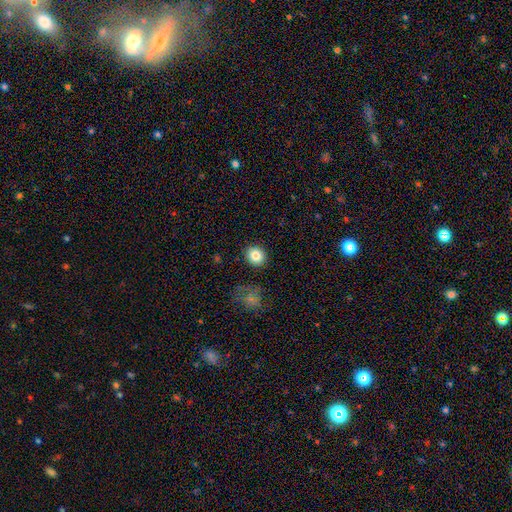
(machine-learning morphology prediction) smooth_or_featured: smooth (p=0.84) [alt: star or artifact p=0.10]
how_rounded: round (p=0.74) [alt: in between p=0.25]
merging: none (p=0.88) [alt: minor disturbance p=0.07]